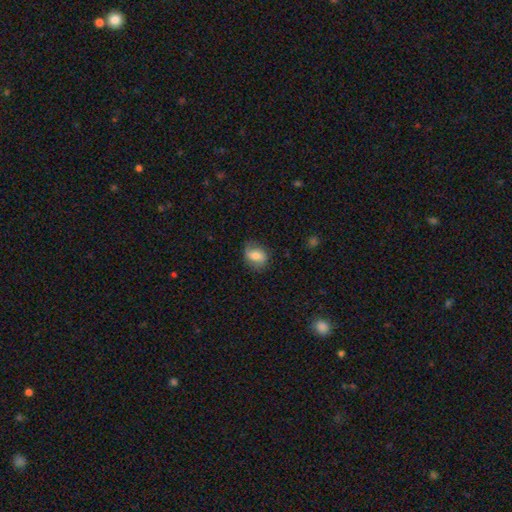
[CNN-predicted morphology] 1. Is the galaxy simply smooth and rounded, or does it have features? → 64% smooth, 28% featured or disk, 8% star or artifact.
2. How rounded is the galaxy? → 61% in between, 37% round, 2% cigar-shaped.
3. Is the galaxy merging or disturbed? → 72% none, 21% minor disturbance, 6% major disturbance, 1% merger.